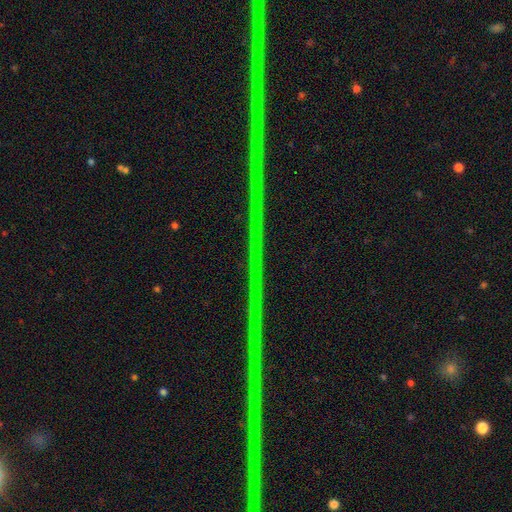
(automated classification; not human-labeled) This is clearly a star or artifact rather than a galaxy (89%).